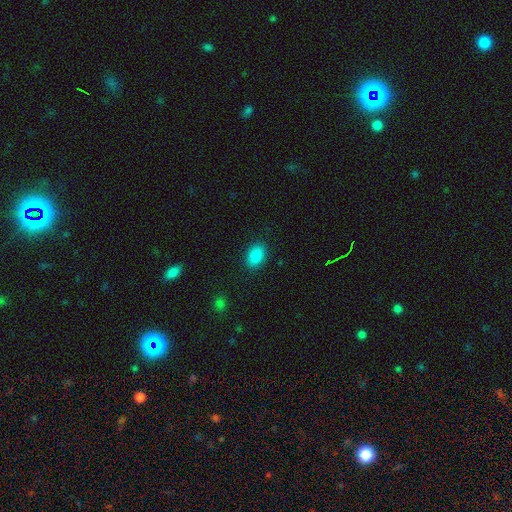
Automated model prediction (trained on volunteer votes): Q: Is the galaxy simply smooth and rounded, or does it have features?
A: smooth — 87%.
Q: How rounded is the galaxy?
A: in between — 85%.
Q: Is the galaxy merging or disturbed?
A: none — 88%.